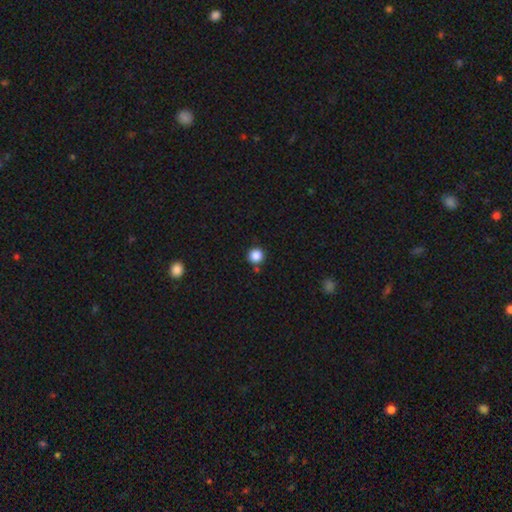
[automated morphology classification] smooth 86%, star or artifact 11%, featured or disk 3%. Down the decision tree: how rounded — round (94%); merging — none (85%).